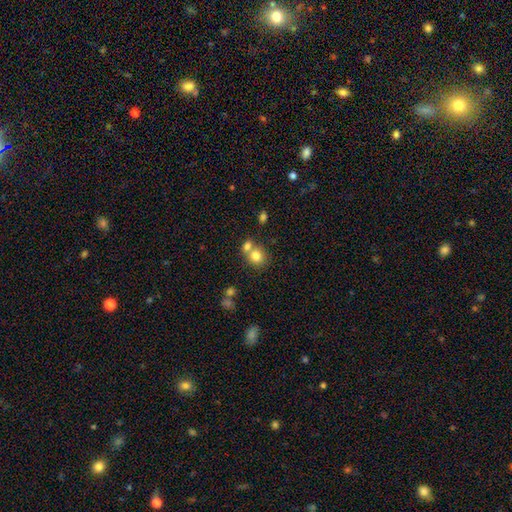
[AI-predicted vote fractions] A smooth galaxy with no disk features (79%) that is round (77%).

Vote fractions:
- Smooth or featured? smooth: 79% / featured or disk: 11% / star or artifact: 11%
- How rounded? round: 77% / in between: 22% / cigar-shaped: 1%
- Merging? none: 46% / merger: 44% / minor disturbance: 8% / major disturbance: 3%